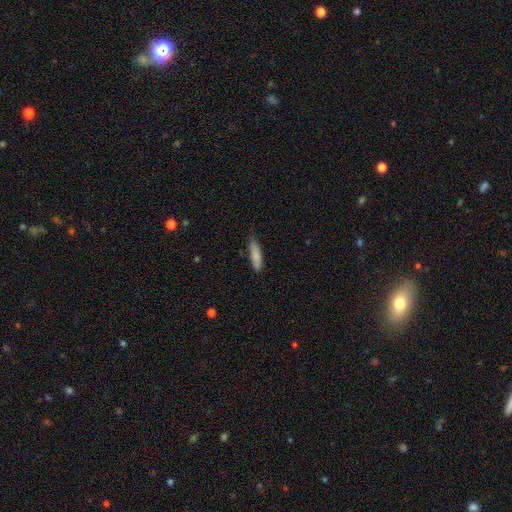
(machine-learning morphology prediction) Smooth or featured? smooth (85%)
How rounded? cigar-shaped (69%)
Merging? none (78%)